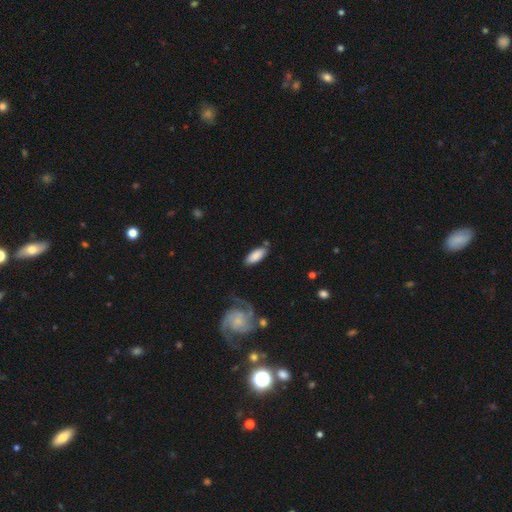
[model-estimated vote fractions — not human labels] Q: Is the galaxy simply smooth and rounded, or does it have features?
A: smooth — 82%.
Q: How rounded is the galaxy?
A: in between — 81%.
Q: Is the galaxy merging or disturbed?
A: none — 75%.